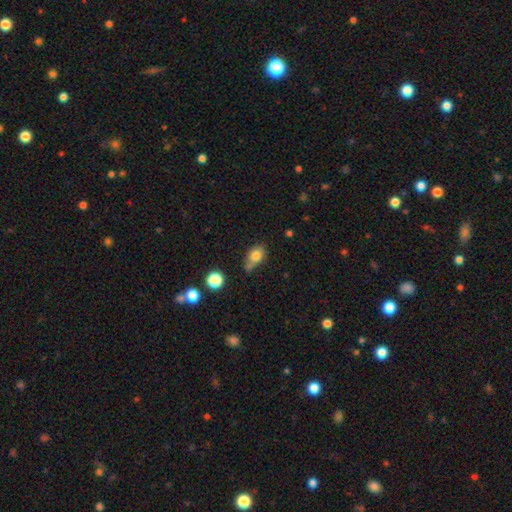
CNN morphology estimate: Q: Smooth or featured?
A: smooth (80%); runner-up: star or artifact (10%)
Q: How rounded?
A: in between (67%); runner-up: round (31%)
Q: Merging?
A: none (47%); runner-up: minor disturbance (28%)